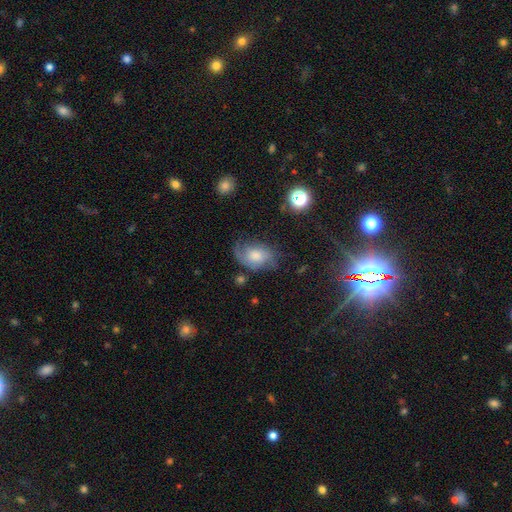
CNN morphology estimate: featured or disk 53%, smooth 38%, star or artifact 9%. Down the decision tree: edge-on disk — no (96%); bar — no (73%); spiral arms — yes (84%); bulge size — moderate (41%); merging — none (50%).